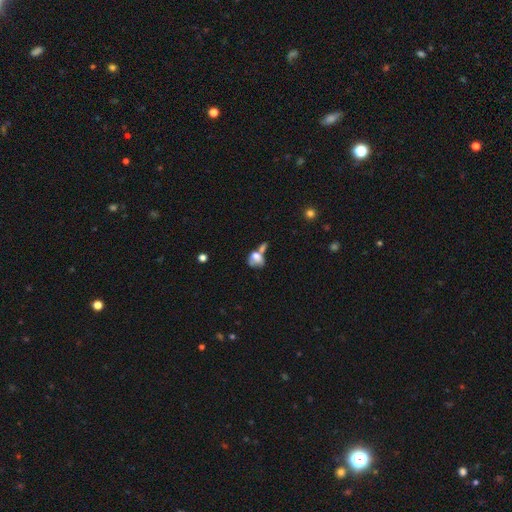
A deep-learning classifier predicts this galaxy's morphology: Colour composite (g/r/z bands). It shows a smooth galaxy with no disk features (61%) that is in between round and cigar-shaped (61%). Merging: merger (52%).